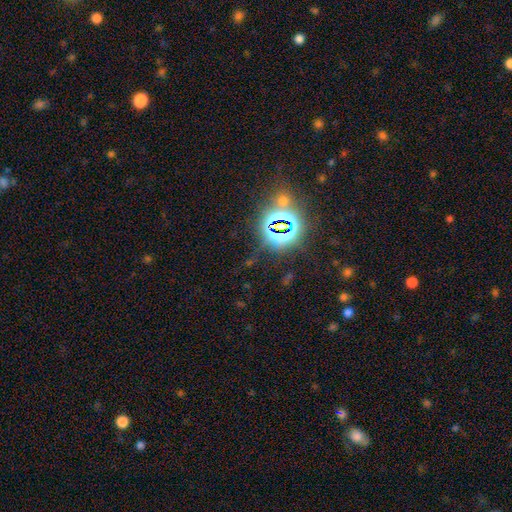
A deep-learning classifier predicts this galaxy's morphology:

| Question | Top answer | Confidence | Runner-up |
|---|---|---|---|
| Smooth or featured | star or artifact | 80% | smooth (13%) |